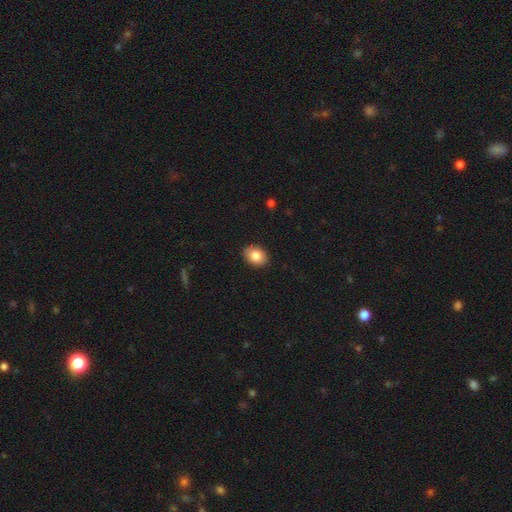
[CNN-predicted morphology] This appears to be a smooth galaxy with no disk features (84%) that is in between round and cigar-shaped (68%). Merging: none (88%).